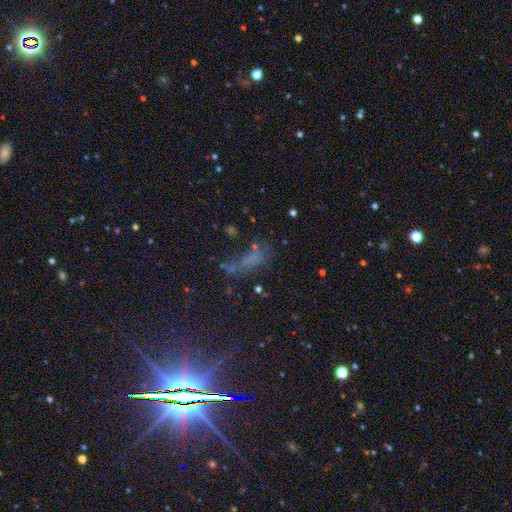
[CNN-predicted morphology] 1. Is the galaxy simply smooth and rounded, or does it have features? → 51% smooth, 28% star or artifact, 22% featured or disk.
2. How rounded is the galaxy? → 69% in between, 24% cigar-shaped, 7% round.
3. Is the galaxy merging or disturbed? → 38% none, 29% major disturbance, 21% minor disturbance, 12% merger.